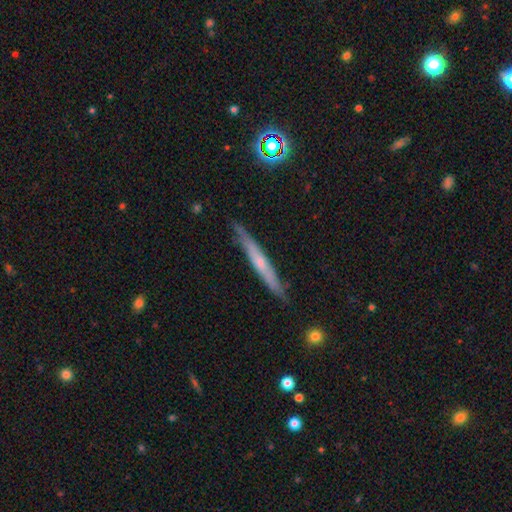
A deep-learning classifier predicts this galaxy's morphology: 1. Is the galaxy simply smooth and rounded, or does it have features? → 58% featured or disk, 34% smooth, 8% star or artifact.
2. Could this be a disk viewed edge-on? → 94% yes, 6% no.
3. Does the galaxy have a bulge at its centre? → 51% none, 44% rounded, 5% boxy.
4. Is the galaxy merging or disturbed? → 87% none, 10% minor disturbance, 2% major disturbance, 1% merger.